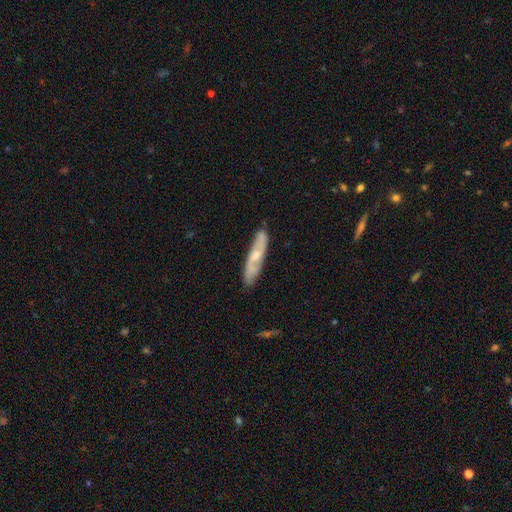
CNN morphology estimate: type=featured or disk (61%); edge-on=no (64%); merging=none (83%).